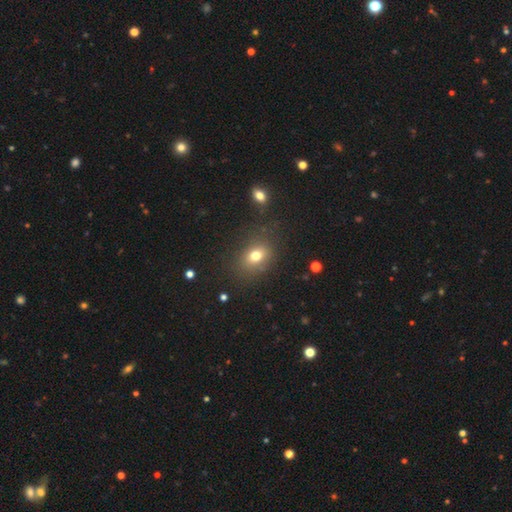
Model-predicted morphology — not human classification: smooth_or_featured: smooth (p=0.74) [alt: star or artifact p=0.15]
how_rounded: in between (p=0.54) [alt: round p=0.44]
merging: none (p=0.79) [alt: minor disturbance p=0.12]